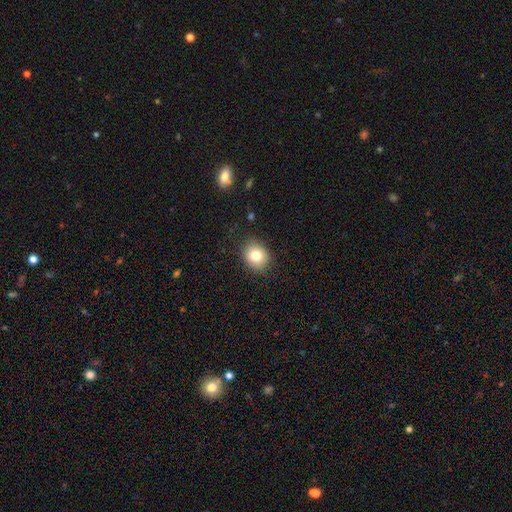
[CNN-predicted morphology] smooth 79%, featured or disk 10%, star or artifact 10%. Down the decision tree: how rounded — round (64%); merging — none (85%).